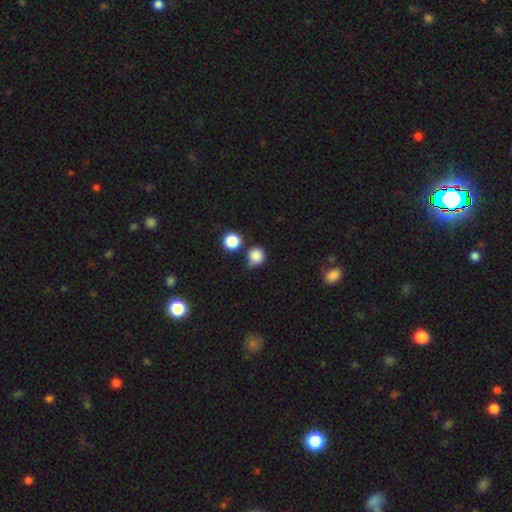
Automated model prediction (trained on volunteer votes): Overall: smooth (84%). How rounded: round (89%). Merging: none (62%).